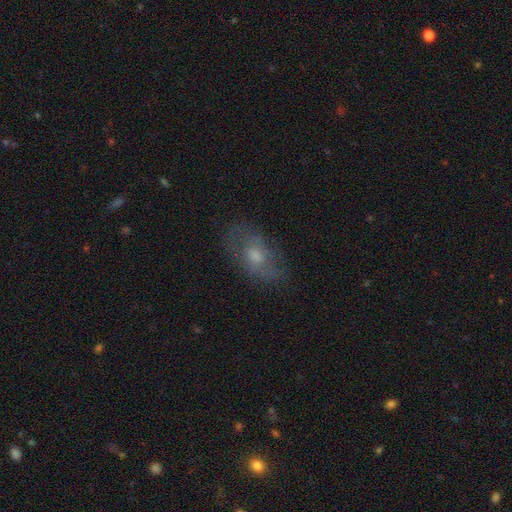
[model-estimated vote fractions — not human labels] A featured or disk galaxy (46%).

Vote fractions:
- Smooth or featured? featured or disk: 46% / smooth: 40% / star or artifact: 13%
- Merging? none: 71% / minor disturbance: 19% / major disturbance: 8% / merger: 1%